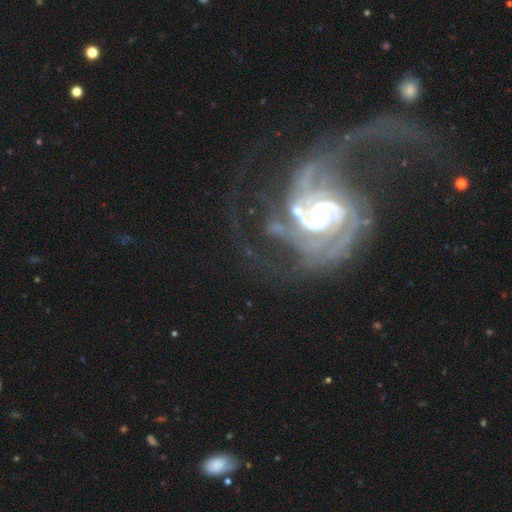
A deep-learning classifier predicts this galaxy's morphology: A featured or disk galaxy (88%) with a weak bar (40%), 2 (52%) medium (44%) spiral arms (95%) and a moderate central bulge (47%). Merging: major disturbance (41%).